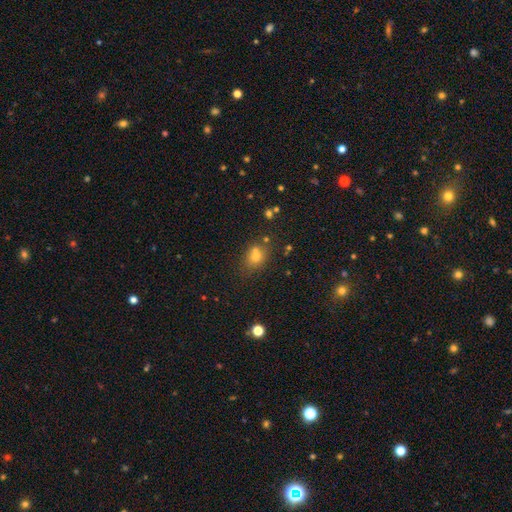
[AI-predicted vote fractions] The model was most divided on "how rounded" (2-way tie): in between: 49%, round: 49%, cigar-shaped: 2%. More confident: smooth or featured — smooth (69%); merging — none (51%).